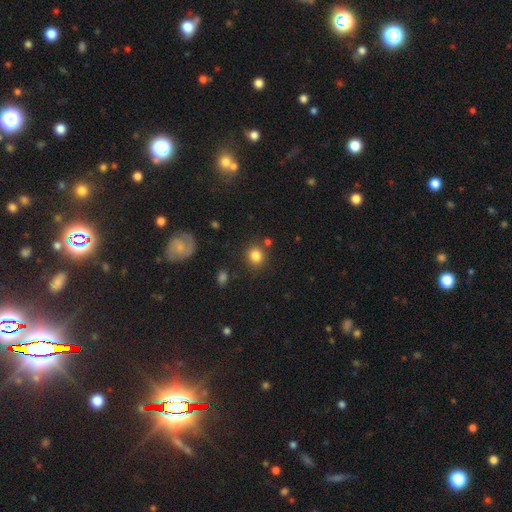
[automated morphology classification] This is clearly a smooth galaxy (83%). How rounded: clearly round (81%). Merging: clearly none (80%).